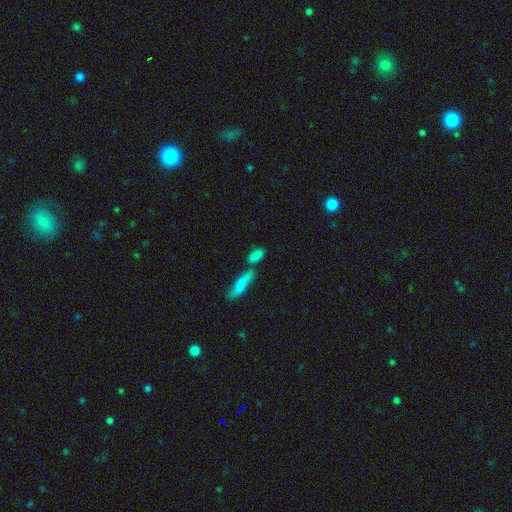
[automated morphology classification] Overall: smooth (81%). How rounded: in between (67%; cigar-shaped 29%). Merging: none (44%; merger 40%).